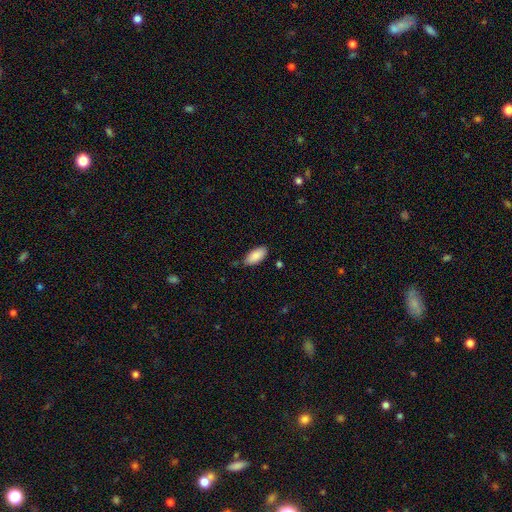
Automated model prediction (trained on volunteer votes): Overall: smooth (88%). How rounded: in between (92%). Merging: none (77%).